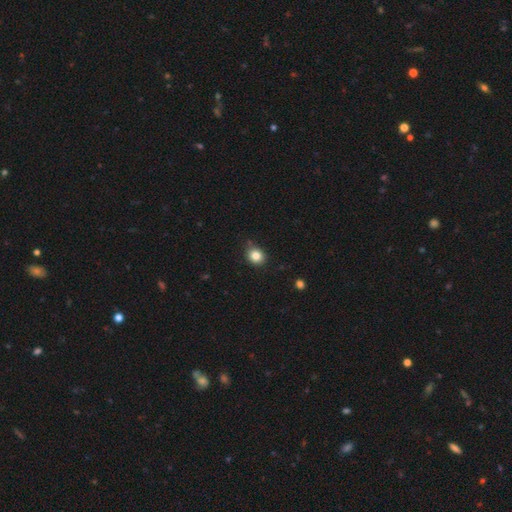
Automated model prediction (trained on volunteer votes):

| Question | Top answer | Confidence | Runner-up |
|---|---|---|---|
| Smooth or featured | smooth | 83% | star or artifact (11%) |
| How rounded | round | 72% | in between (28%) |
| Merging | none | 80% | minor disturbance (15%) |